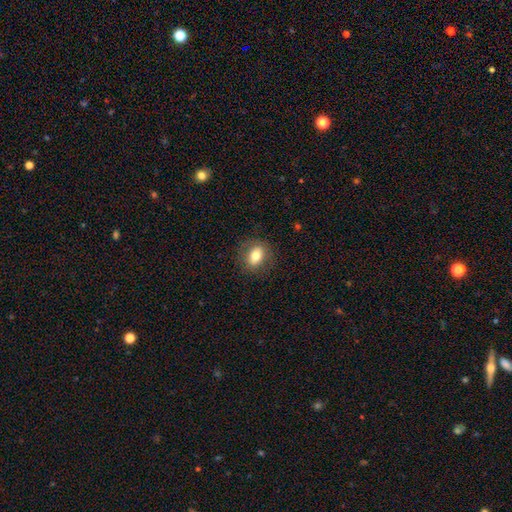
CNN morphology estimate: A smooth galaxy with no disk features (76%) that is in between round and cigar-shaped (68%).

Vote fractions:
- Smooth or featured? smooth: 76% / featured or disk: 16% / star or artifact: 8%
- How rounded? in between: 68% / round: 30% / cigar-shaped: 2%
- Merging? none: 83% / minor disturbance: 12% / major disturbance: 4% / merger: 1%